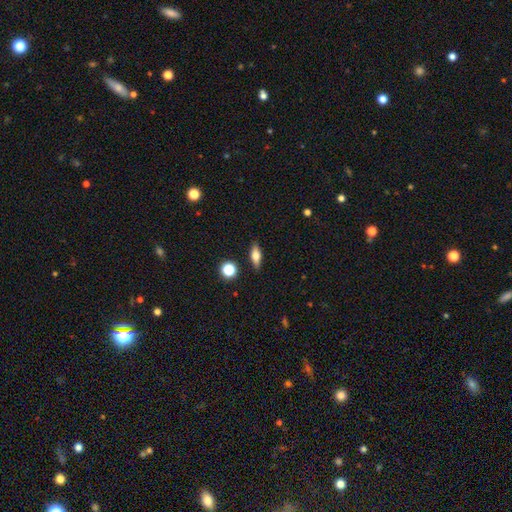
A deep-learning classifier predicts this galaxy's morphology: Q: Smooth or featured?
A: smooth (63%); runner-up: featured or disk (28%)
Q: How rounded?
A: in between (64%); runner-up: cigar-shaped (29%)
Q: Merging?
A: none (87%); runner-up: minor disturbance (9%)